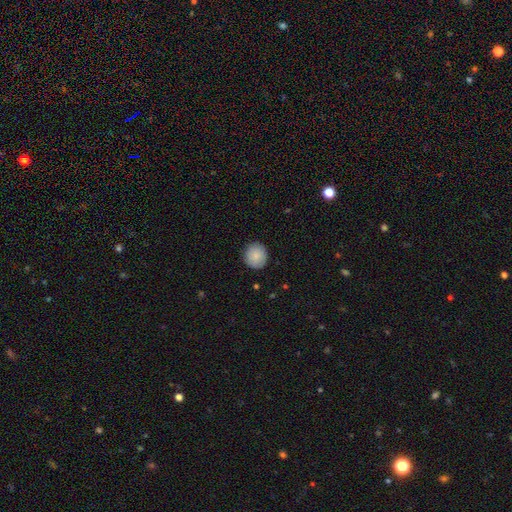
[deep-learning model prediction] smooth-or-featured: smooth: 84% | featured or disk: 9% | star or artifact: 7%
  how-rounded: round: 85% | in between: 14% | cigar-shaped: 1%
  merging: none: 87% | minor disturbance: 10% | major disturbance: 2% | merger: 1%